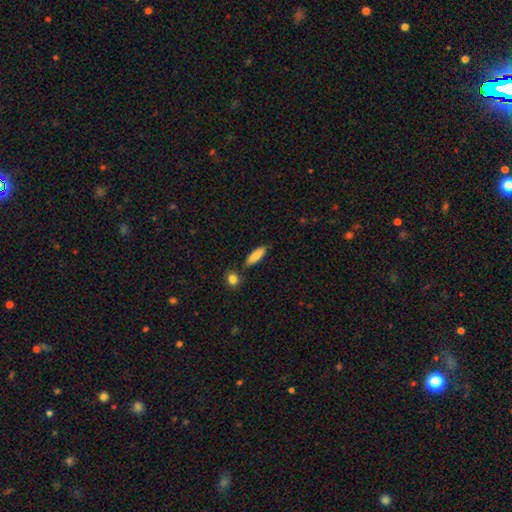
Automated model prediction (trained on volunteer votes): smooth_or_featured: smooth (p=0.85) [alt: featured or disk p=0.09]
how_rounded: cigar-shaped (p=0.50) [alt: in between p=0.48]
merging: none (p=0.81) [alt: minor disturbance p=0.11]